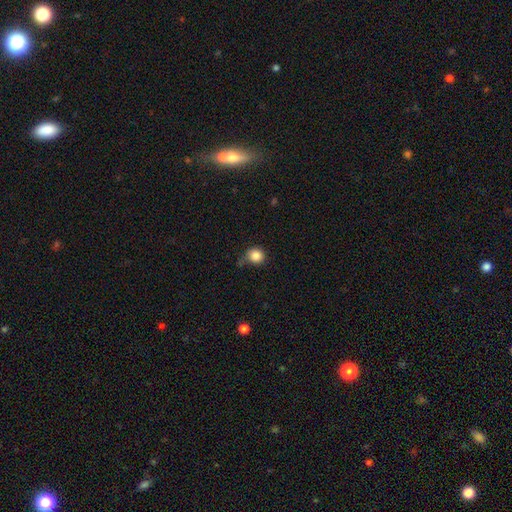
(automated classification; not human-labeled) Smooth or featured? Predicted: smooth (p=0.84). How rounded? Predicted: round (p=0.89). Merging? Predicted: none (p=0.67).